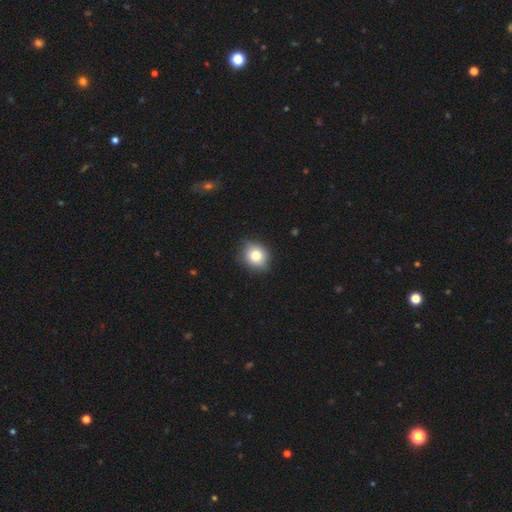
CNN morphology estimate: Smooth or featured? Predicted: smooth (p=0.77). How rounded? Predicted: round (p=0.72). Merging? Predicted: none (p=0.82).